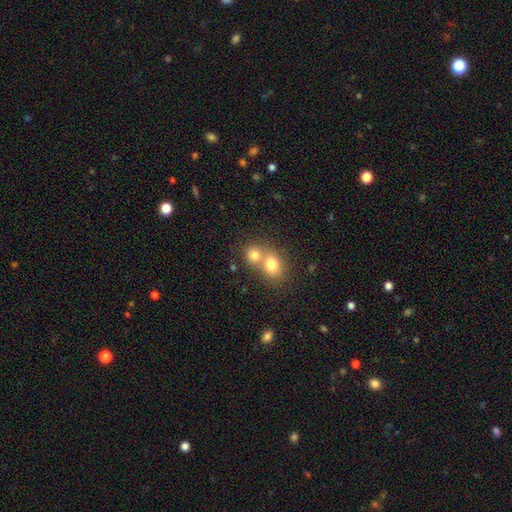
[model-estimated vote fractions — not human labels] This is likely a smooth galaxy (72%). How rounded: likely round (71%). Merging: possibly merger (57%).